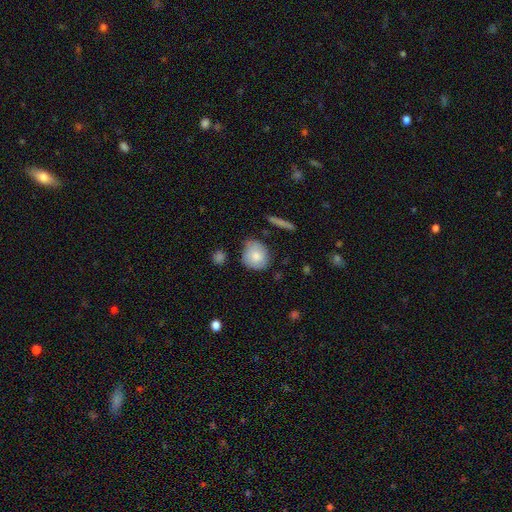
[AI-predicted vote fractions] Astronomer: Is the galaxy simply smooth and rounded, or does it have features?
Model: smooth — 81%.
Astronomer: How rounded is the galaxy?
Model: round — 76%.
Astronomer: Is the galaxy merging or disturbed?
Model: none — 66%.